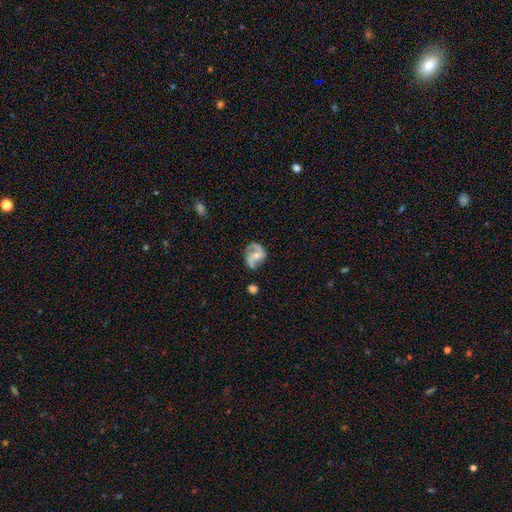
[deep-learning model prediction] Morphology: type=featured or disk (78%); edge-on=no (98%); bar=no (50%); spiral arms=yes (92%); winding=medium (44%); arm count=2 (83%); bulge=moderate (50%); merging=none (61%).